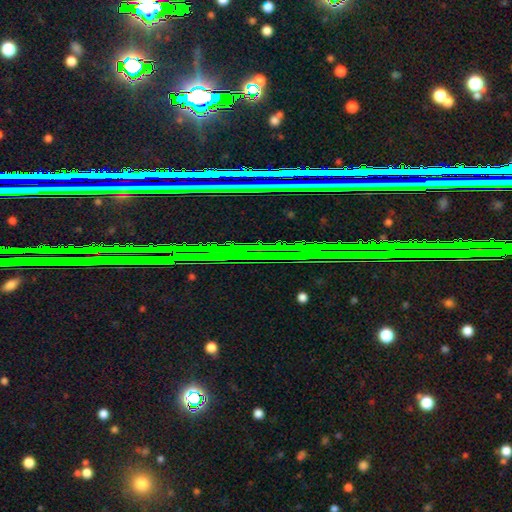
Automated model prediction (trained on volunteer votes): star or artifact 77%, featured or disk 12%, smooth 11%.